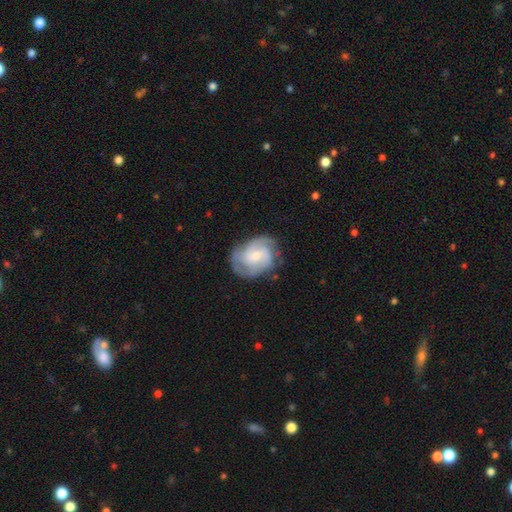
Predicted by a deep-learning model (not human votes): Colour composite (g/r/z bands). It shows a featured or disk galaxy (80%) with no bar (48%), 3 (36%) tight (45%) spiral arms (95%) and a small central bulge (53%). Merging: none (69%).